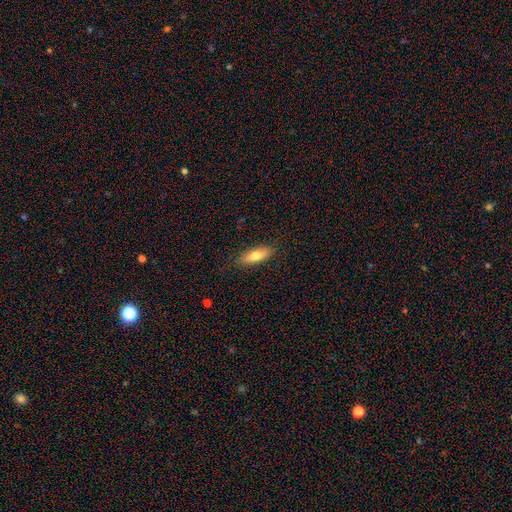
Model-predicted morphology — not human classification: A smooth galaxy with no disk features (69%) that is in between round and cigar-shaped (53%). Merging: none (87%).